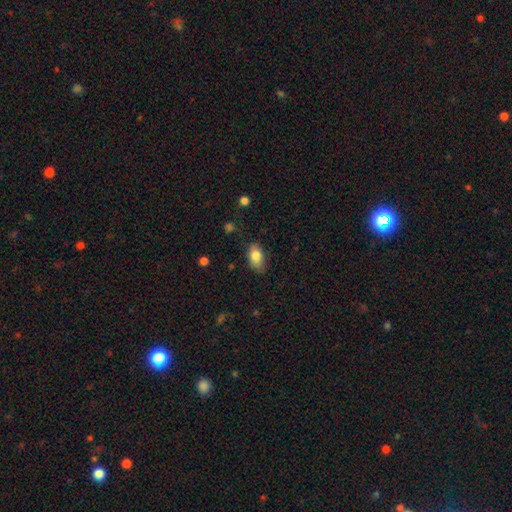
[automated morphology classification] Q: Smooth or featured?
A: smooth (83%); runner-up: featured or disk (9%)
Q: How rounded?
A: in between (90%); runner-up: round (6%)
Q: Merging?
A: none (76%); runner-up: minor disturbance (19%)